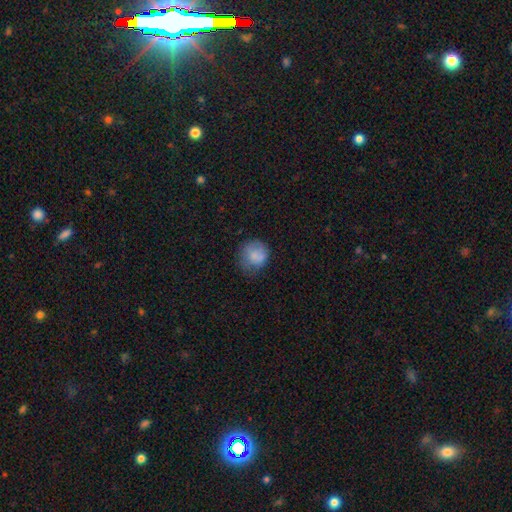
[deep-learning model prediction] Morphology: type=smooth (80%); roundness=round (84%); merging=none (54%).